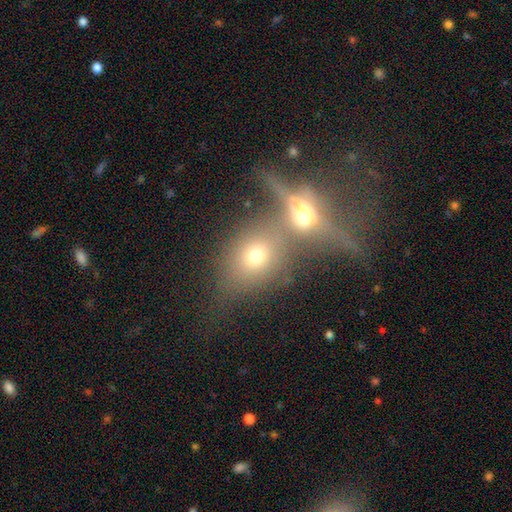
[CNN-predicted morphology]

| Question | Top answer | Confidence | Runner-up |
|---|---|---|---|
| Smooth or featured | smooth | 45% | featured or disk (37%) |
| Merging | merger | 54% | none (30%) |